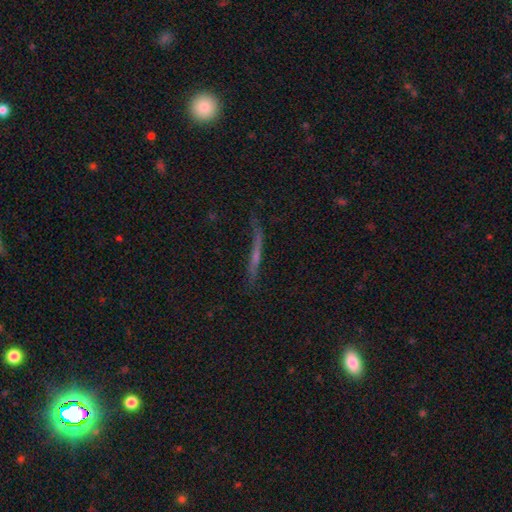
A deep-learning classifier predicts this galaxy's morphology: This appears to be a featured or disk galaxy (57%) viewed edge-on (87%). Merging: none (69%).